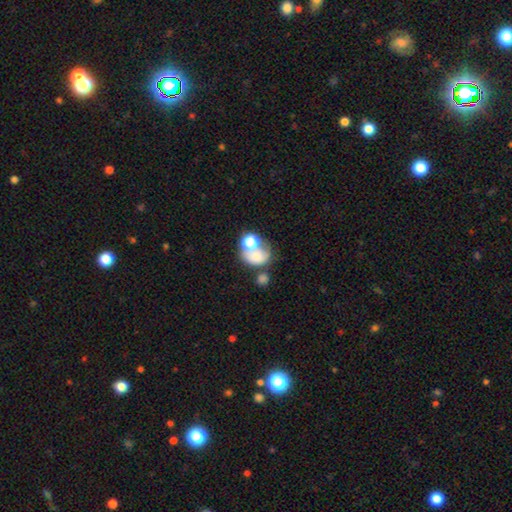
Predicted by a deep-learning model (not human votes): A smooth galaxy with no disk features (65%) that is in between round and cigar-shaped (51%). Merging: merger (52%).